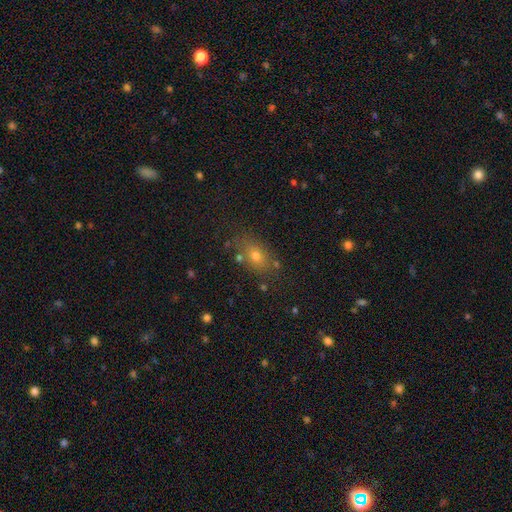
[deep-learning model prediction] A smooth galaxy with no disk features (68%) that is in between round and cigar-shaped (70%).

Vote fractions:
- Smooth or featured? smooth: 68% / star or artifact: 18% / featured or disk: 14%
- How rounded? in between: 70% / round: 27% / cigar-shaped: 4%
- Merging? none: 77% / minor disturbance: 13% / merger: 6% / major disturbance: 4%